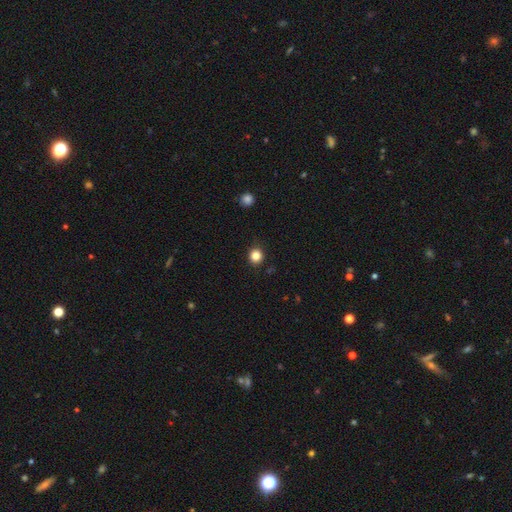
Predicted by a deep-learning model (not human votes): This is clearly a smooth galaxy (84%). How rounded: clearly round (89%). Merging: clearly none (90%).